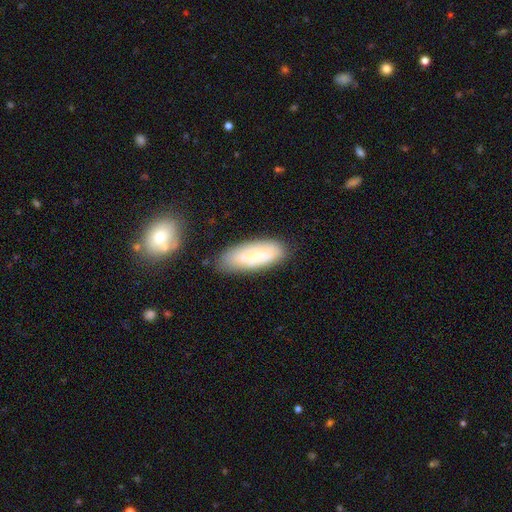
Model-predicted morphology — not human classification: A smooth galaxy with no disk features (64%) that is in between round and cigar-shaped (71%).

Vote fractions:
- Smooth or featured? smooth: 64% / featured or disk: 29% / star or artifact: 8%
- How rounded? in between: 71% / cigar-shaped: 27% / round: 2%
- Merging? none: 72% / minor disturbance: 19% / major disturbance: 5% / merger: 4%